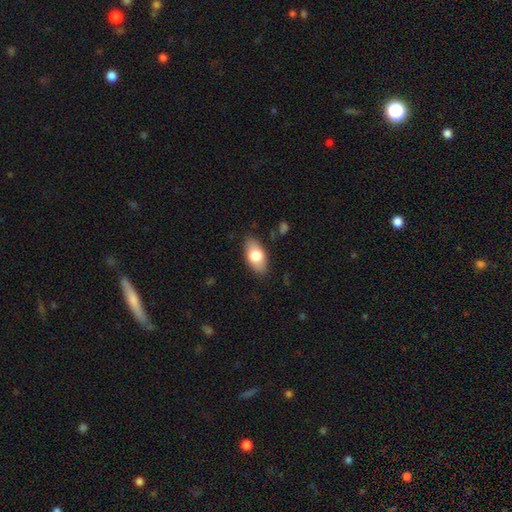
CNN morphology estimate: Smooth or featured? Predicted: smooth (p=0.74). How rounded? Predicted: in between (p=0.92). Merging? Predicted: none (p=0.85).